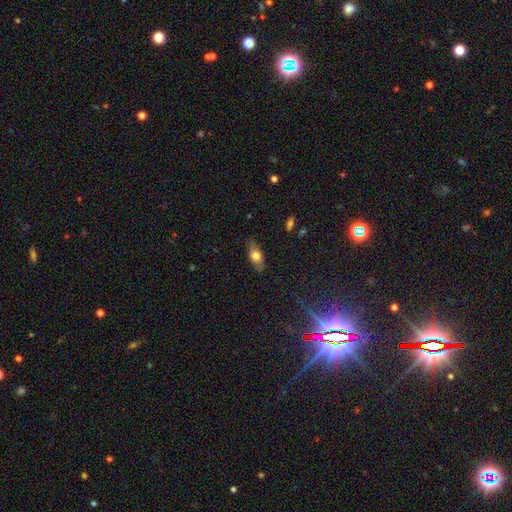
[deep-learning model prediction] A smooth galaxy with no disk features (67%) that is in between round and cigar-shaped (78%).

Vote fractions:
- Smooth or featured? smooth: 67% / featured or disk: 26% / star or artifact: 8%
- How rounded? in between: 78% / cigar-shaped: 17% / round: 5%
- Merging? none: 83% / minor disturbance: 14% / major disturbance: 3% / merger: 1%